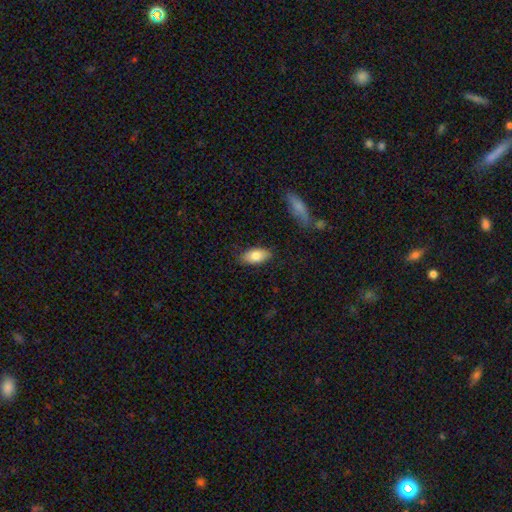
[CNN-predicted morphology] Smooth or featured? smooth (81%)
How rounded? in between (91%)
Merging? none (82%)